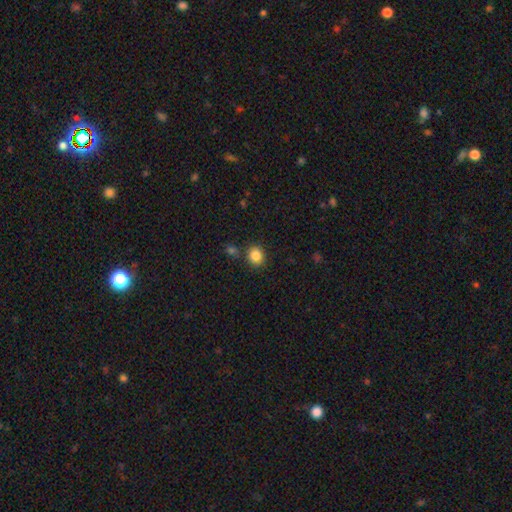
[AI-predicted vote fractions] Q: Smooth or featured?
A: smooth (85%); runner-up: star or artifact (10%)
Q: How rounded?
A: round (75%); runner-up: in between (25%)
Q: Merging?
A: none (82%); runner-up: minor disturbance (9%)